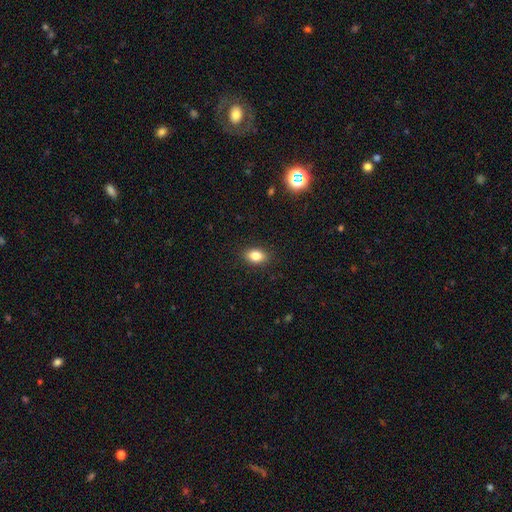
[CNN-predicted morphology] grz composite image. It shows a smooth galaxy with no disk features (83%) that is in between round and cigar-shaped (83%). Merging: none (89%).